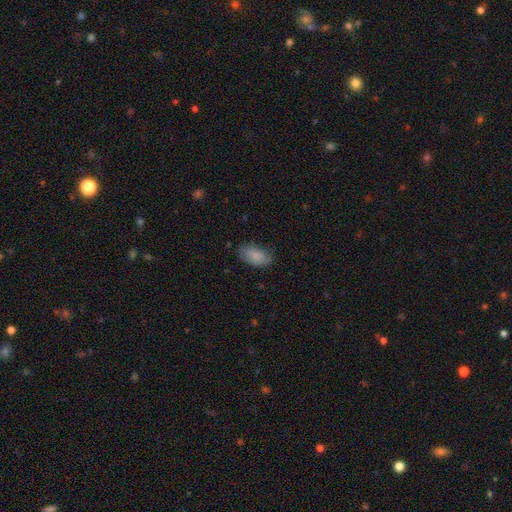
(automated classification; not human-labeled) Smooth or featured? smooth (86%)
How rounded? in between (93%)
Merging? none (77%)